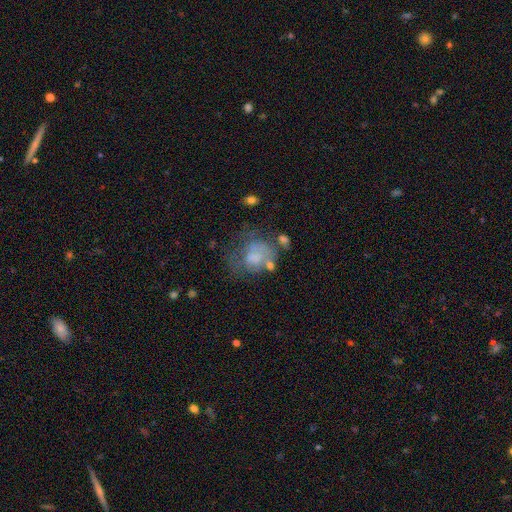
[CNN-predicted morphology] Overall: smooth (49%; featured or disk 38%). Merging: major disturbance (33%; none 32%).